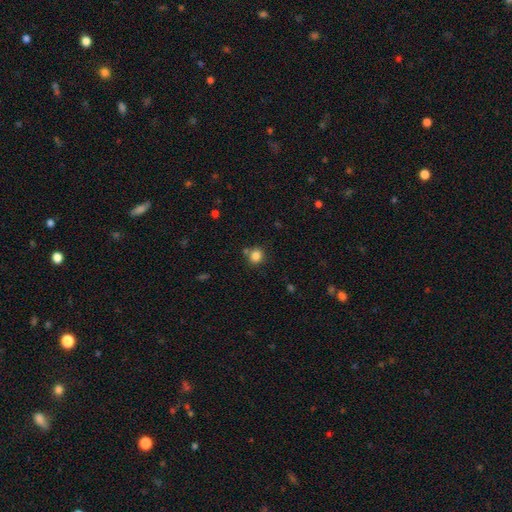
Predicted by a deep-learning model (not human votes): A smooth galaxy with no disk features (84%) that is round (84%).

Vote fractions:
- Smooth or featured? smooth: 84% / star or artifact: 11% / featured or disk: 5%
- How rounded? round: 84% / in between: 15% / cigar-shaped: 1%
- Merging? none: 74% / merger: 12% / minor disturbance: 11% / major disturbance: 4%